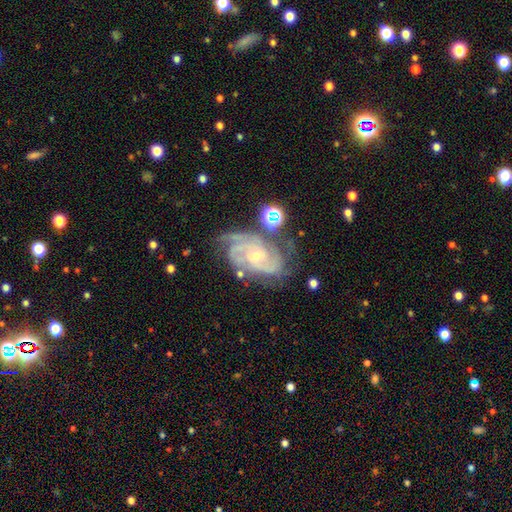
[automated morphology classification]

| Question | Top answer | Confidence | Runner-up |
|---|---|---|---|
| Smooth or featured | featured or disk | 88% | star or artifact (7%) |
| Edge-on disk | no | 97% | yes (3%) |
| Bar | no | 65% | weak (28%) |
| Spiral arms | yes | 98% | no (2%) |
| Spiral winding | tight | 63% | medium (32%) |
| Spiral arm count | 3 | 33% | 4 (21%) |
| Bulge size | small | 69% | moderate (27%) |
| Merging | none | 64% | minor disturbance (21%) |